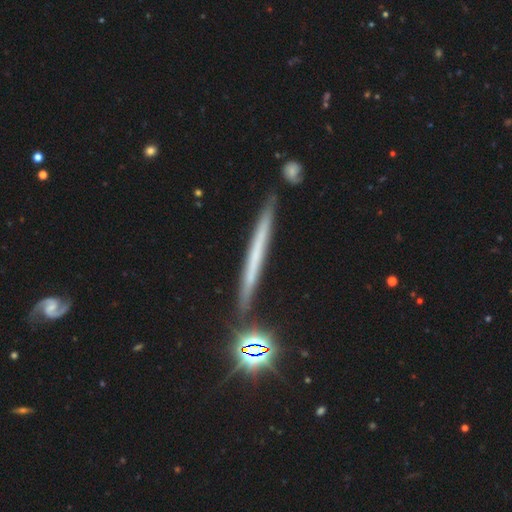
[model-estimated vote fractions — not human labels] This is possibly a featured or disk galaxy (48%). Merging: clearly none (86%).